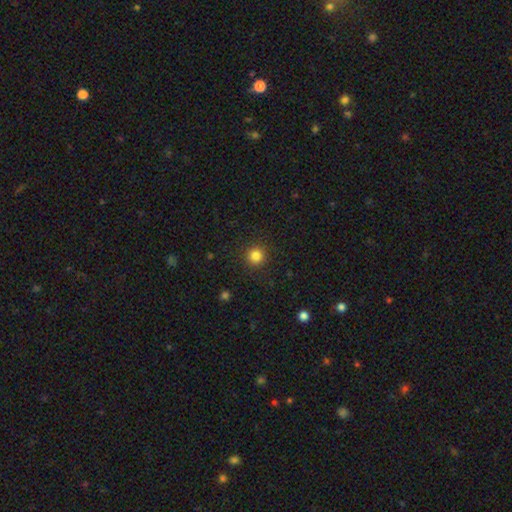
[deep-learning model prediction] smooth-or-featured: smooth: 83% | star or artifact: 13% | featured or disk: 5%
  how-rounded: round: 95% | in between: 4% | cigar-shaped: 1%
  merging: none: 91% | minor disturbance: 6% | major disturbance: 2% | merger: 1%